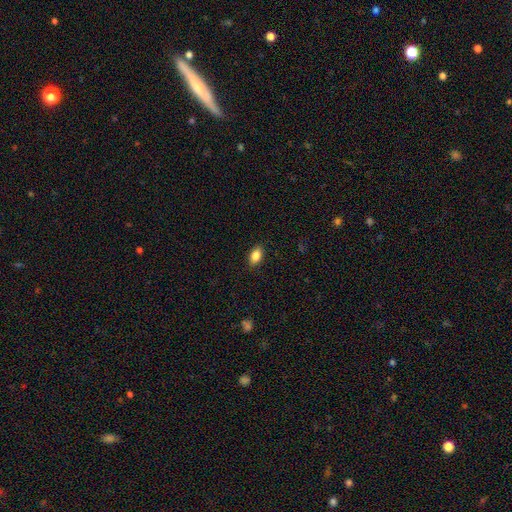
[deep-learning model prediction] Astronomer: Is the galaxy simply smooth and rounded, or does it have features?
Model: smooth — 85%.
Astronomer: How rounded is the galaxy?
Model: in between — 90%.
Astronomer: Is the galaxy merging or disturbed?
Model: none — 88%.